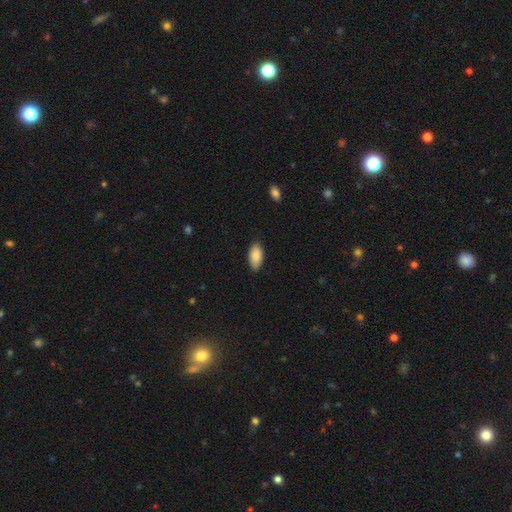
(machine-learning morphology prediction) smooth_or_featured: smooth (p=0.88) [alt: star or artifact p=0.06]
how_rounded: in between (p=0.94) [alt: cigar-shaped p=0.04]
merging: none (p=0.85) [alt: minor disturbance p=0.12]